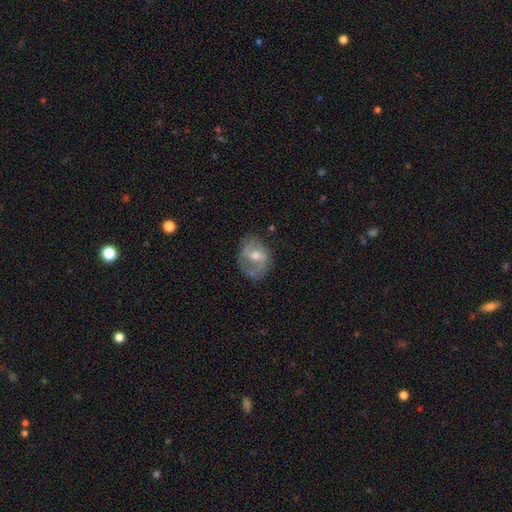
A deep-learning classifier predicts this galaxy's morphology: Smooth or featured: featured or disk — 64% (smooth — 28%)
Edge-on disk: no — 96% (yes — 4%)
Bar: weak — 49% (no — 33%)
Spiral arms: yes — 76% (no — 24%)
Bulge size: moderate — 60% (small — 33%)
Merging: none — 63% (minor disturbance — 23%)